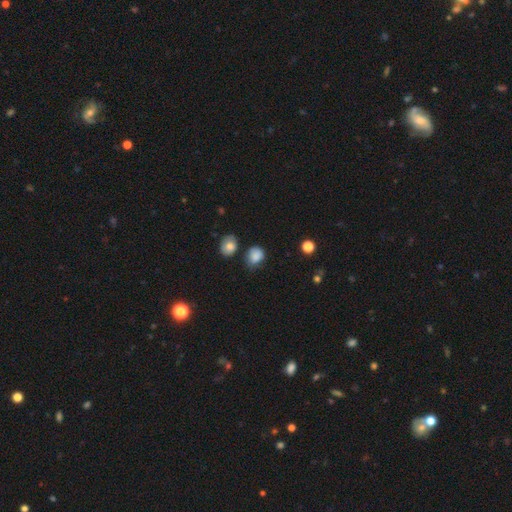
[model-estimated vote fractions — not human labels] Smooth or featured? Predicted: smooth (p=0.84). How rounded? Predicted: round (p=0.52). Merging? Predicted: none (p=0.56).